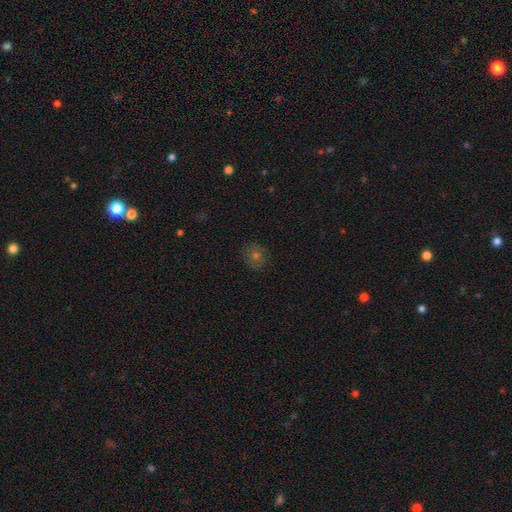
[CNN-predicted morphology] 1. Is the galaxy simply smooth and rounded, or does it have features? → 59% smooth, 25% star or artifact, 17% featured or disk.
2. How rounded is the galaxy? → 81% round, 18% in between, 1% cigar-shaped.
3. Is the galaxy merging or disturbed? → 86% none, 10% minor disturbance, 3% major disturbance, 1% merger.